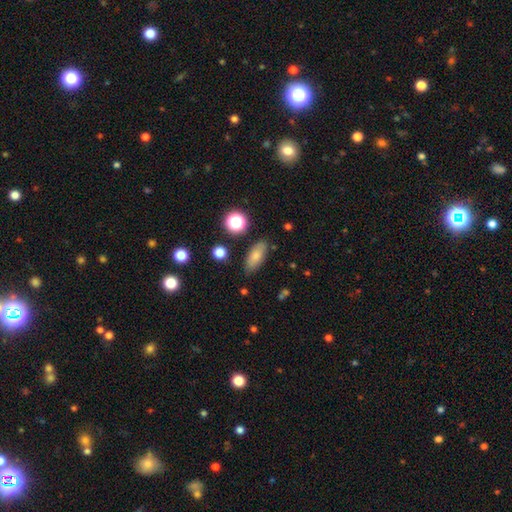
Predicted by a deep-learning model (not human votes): Overall: smooth (77%). How rounded: in between (79%). Merging: none (82%).